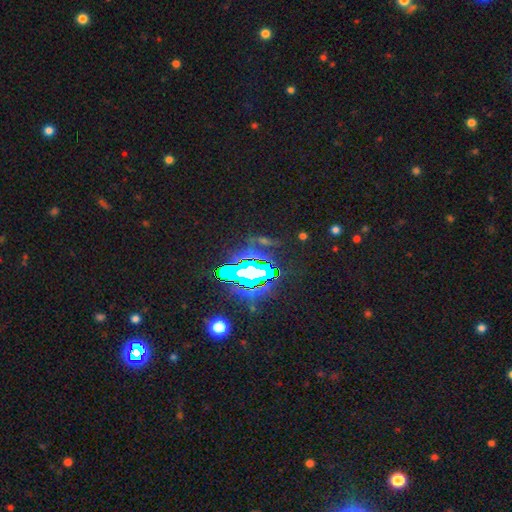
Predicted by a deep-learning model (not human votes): star or artifact 83%, smooth 10%, featured or disk 8%.